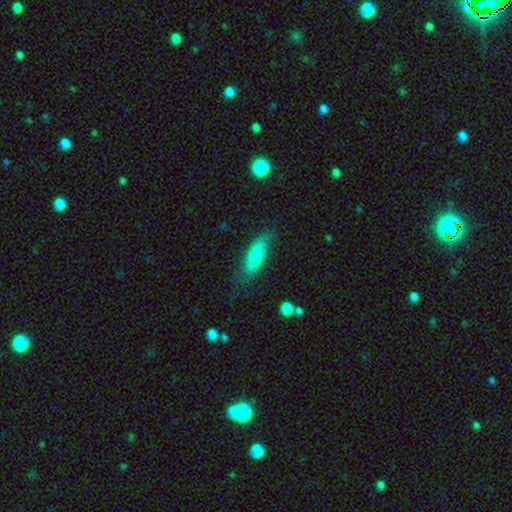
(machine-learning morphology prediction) type=smooth (70%); roundness=in between (64%); merging=none (64%).